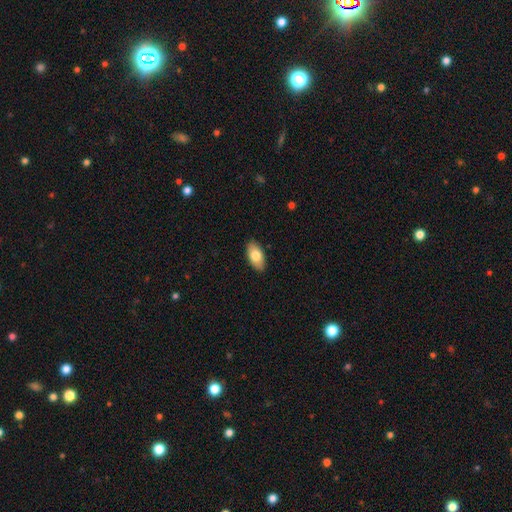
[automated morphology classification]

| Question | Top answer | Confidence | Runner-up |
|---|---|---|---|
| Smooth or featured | smooth | 78% | featured or disk (15%) |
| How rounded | in between | 93% | cigar-shaped (4%) |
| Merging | none | 89% | minor disturbance (8%) |